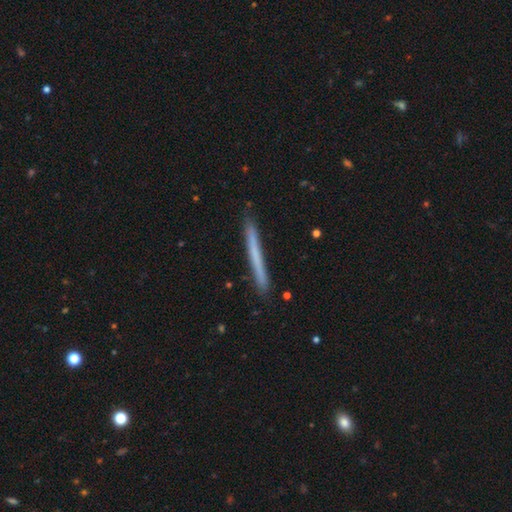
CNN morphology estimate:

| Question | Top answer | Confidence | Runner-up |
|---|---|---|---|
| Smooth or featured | smooth | 56% | featured or disk (38%) |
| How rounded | cigar-shaped | 97% | in between (1%) |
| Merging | none | 89% | minor disturbance (9%) |